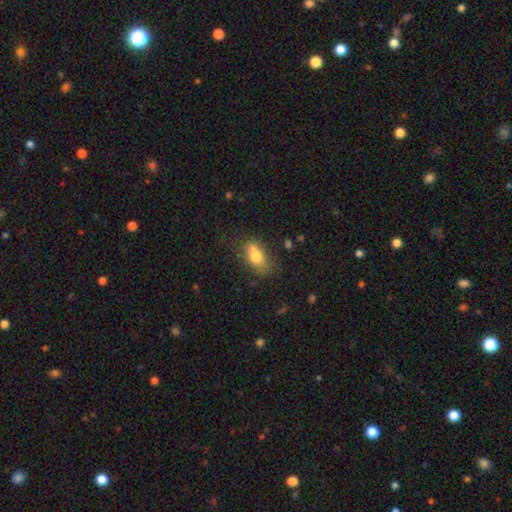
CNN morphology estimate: The model was most divided on "merging": none: 52%, minor disturbance: 24%, merger: 15%, major disturbance: 9%. More confident: how rounded — in between (84%); smooth or featured — smooth (74%).